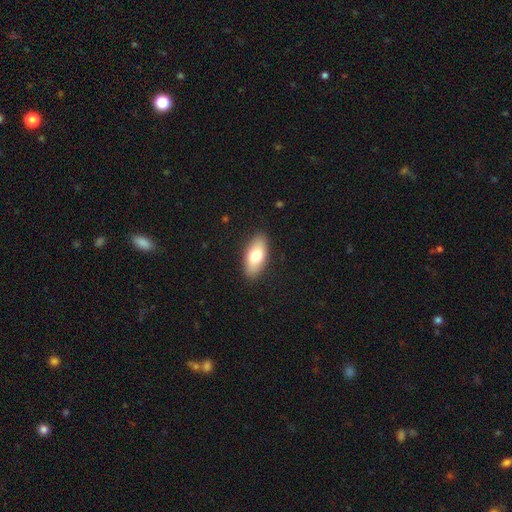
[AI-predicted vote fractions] A smooth galaxy with no disk features (77%) that is in between round and cigar-shaped (89%). Merging: none (88%).